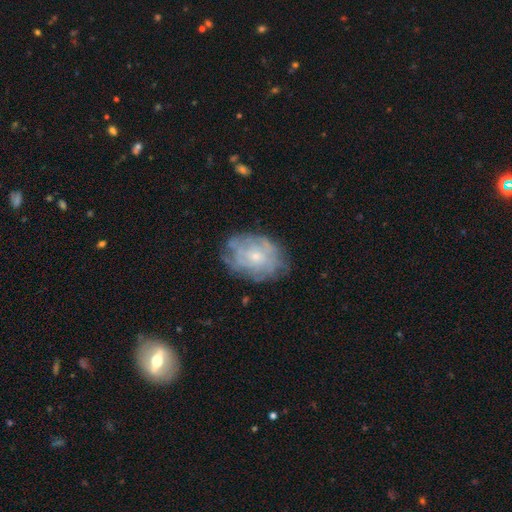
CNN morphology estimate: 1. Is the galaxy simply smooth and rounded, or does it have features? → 60% featured or disk, 26% smooth, 14% star or artifact.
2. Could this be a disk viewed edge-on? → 95% no, 5% yes.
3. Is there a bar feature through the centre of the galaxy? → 77% no, 19% weak, 4% strong.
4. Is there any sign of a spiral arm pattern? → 71% yes, 29% no.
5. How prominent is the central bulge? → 56% small, 38% moderate, 3% none, 2% large, 1% dominant.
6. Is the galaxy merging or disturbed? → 76% none, 17% minor disturbance, 6% major disturbance, 2% merger.